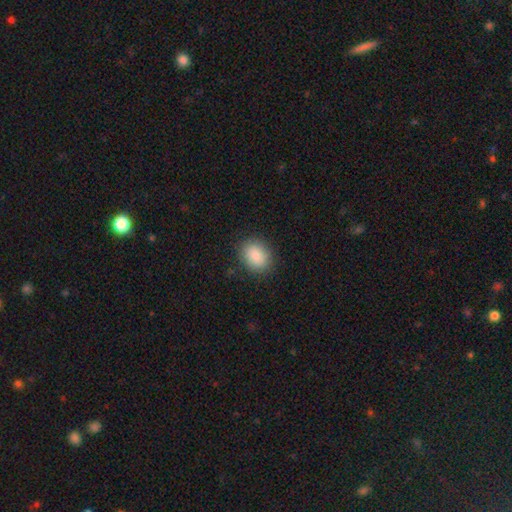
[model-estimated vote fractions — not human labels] This is clearly a smooth galaxy (88%). How rounded: possibly in between (53%). Merging: clearly none (86%).